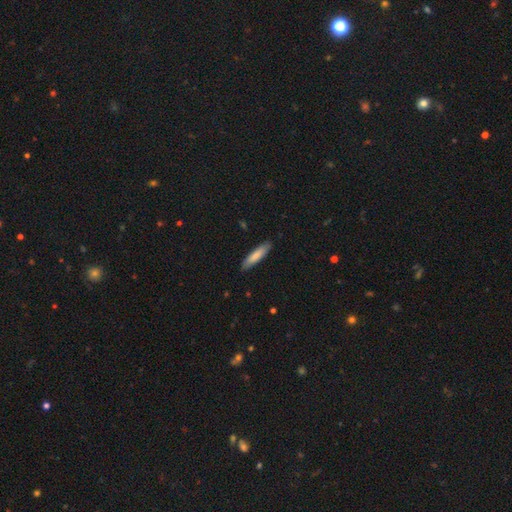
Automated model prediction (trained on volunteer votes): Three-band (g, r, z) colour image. It shows a smooth galaxy with no disk features (82%) that is cigar-shaped (79%). Merging: none (88%).